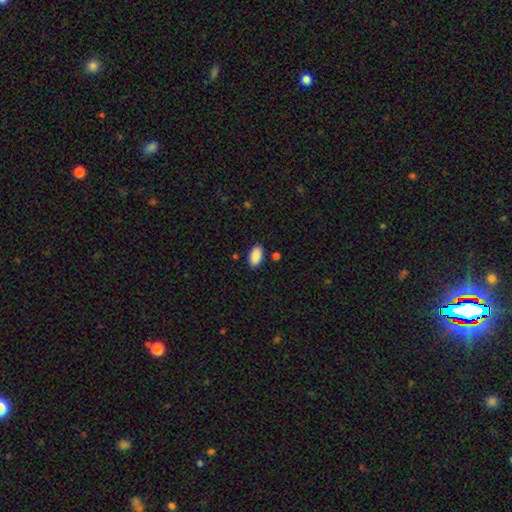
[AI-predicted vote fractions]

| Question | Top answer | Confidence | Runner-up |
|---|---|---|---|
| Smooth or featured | smooth | 90% | star or artifact (7%) |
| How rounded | in between | 95% | round (3%) |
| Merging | none | 86% | minor disturbance (9%) |